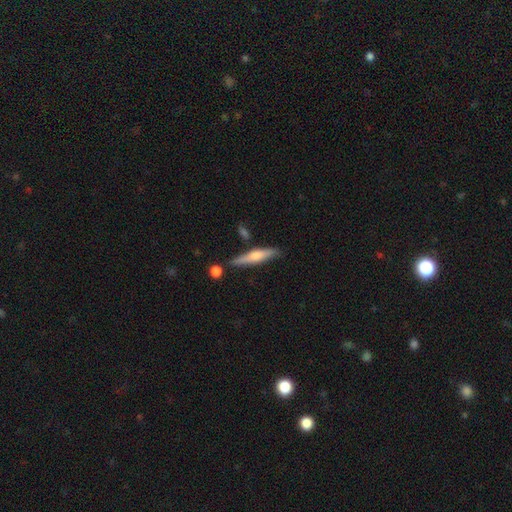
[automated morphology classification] This is possibly a featured or disk galaxy (52%). It is clearly viewed edge-on (95%). Merging: likely none (80%).